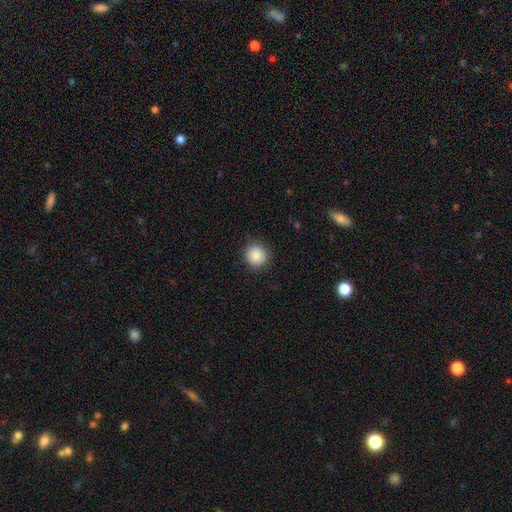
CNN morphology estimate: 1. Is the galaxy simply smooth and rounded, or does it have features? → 84% smooth, 9% star or artifact, 8% featured or disk.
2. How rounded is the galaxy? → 92% round, 7% in between, 1% cigar-shaped.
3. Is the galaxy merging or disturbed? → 88% none, 9% minor disturbance, 2% major disturbance, 1% merger.